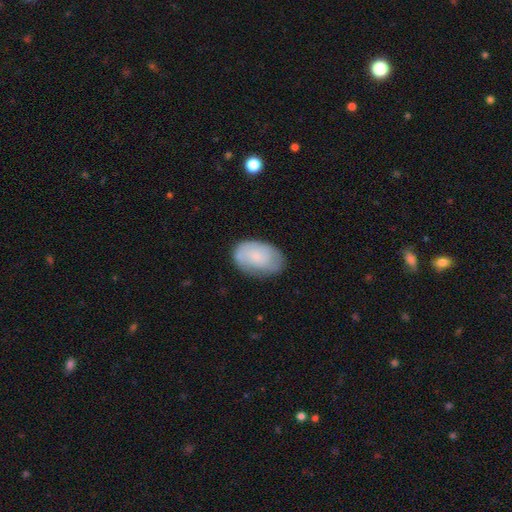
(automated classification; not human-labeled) The model was most divided on "smooth or featured": smooth: 65%, featured or disk: 28%, star or artifact: 7%. More confident: how rounded — in between (89%); merging — none (71%).